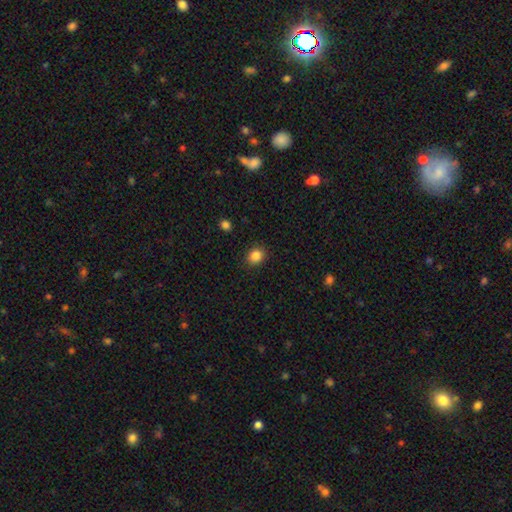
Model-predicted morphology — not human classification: The model was most divided on "how rounded": round: 71%, in between: 28%, cigar-shaped: 1%. More confident: merging — none (90%); smooth or featured — smooth (86%).